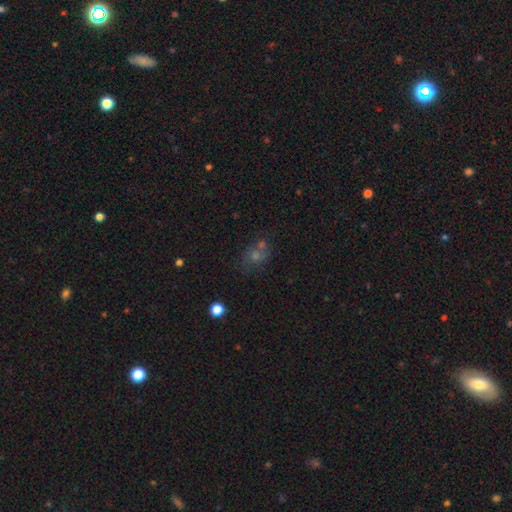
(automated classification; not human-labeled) A smooth galaxy with no disk features (50%) that is round (59%). Merging: none (51%).